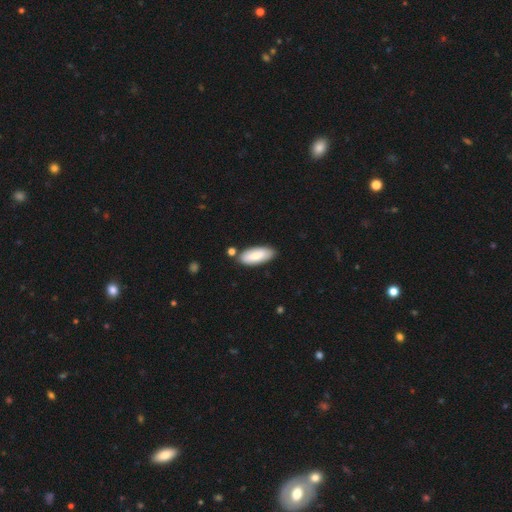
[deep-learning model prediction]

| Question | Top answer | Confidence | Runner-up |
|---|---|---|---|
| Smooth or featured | smooth | 81% | featured or disk (13%) |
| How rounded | in between | 82% | cigar-shaped (17%) |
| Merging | none | 79% | minor disturbance (12%) |